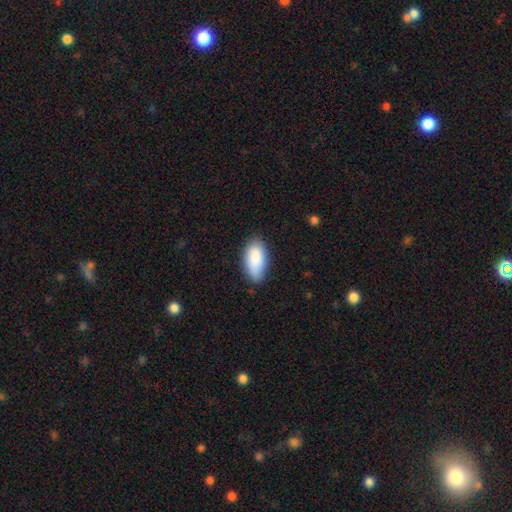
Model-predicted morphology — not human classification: smooth 88%, star or artifact 6%, featured or disk 6%. Down the decision tree: how rounded — in between (93%); merging — none (78%).